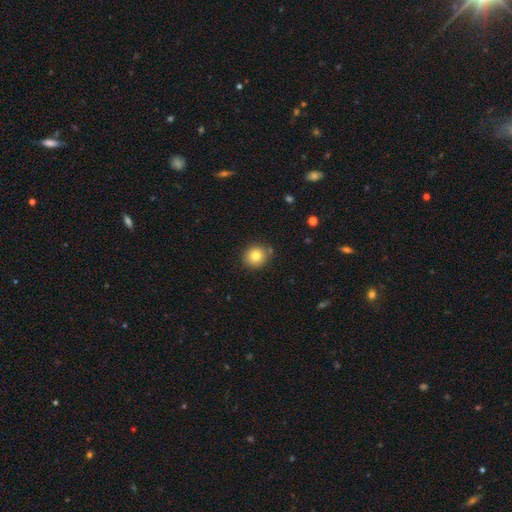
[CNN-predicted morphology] A smooth galaxy with no disk features (81%) that is round (86%). Merging: none (81%).